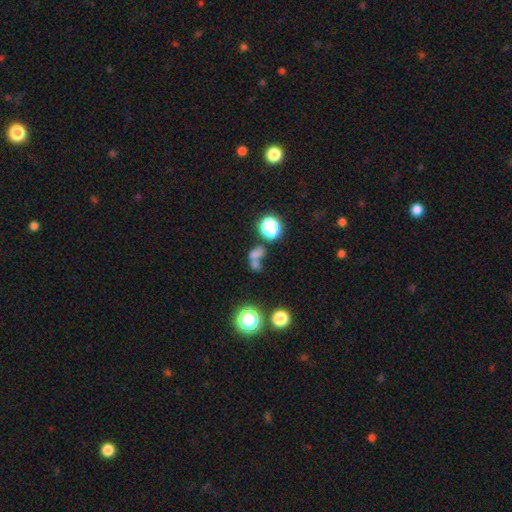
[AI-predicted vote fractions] smooth-or-featured: smooth: 64% | star or artifact: 23% | featured or disk: 13%
  how-rounded: in between: 53% | round: 44% | cigar-shaped: 3%
  merging: merger: 56% | none: 29% | minor disturbance: 8% | major disturbance: 7%